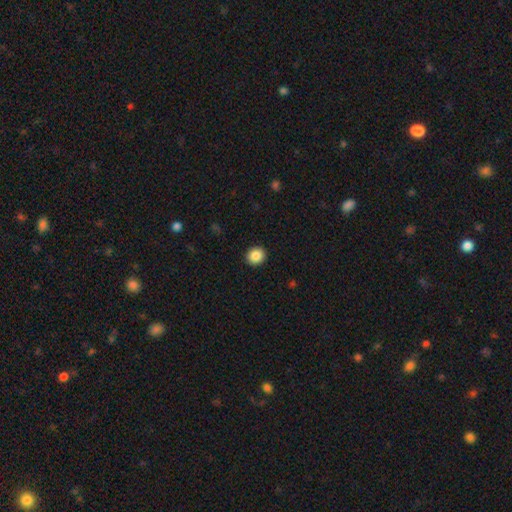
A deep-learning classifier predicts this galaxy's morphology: The model was most divided on "how rounded": round: 83%, in between: 16%, cigar-shaped: 1%. More confident: merging — none (92%); smooth or featured — smooth (88%).